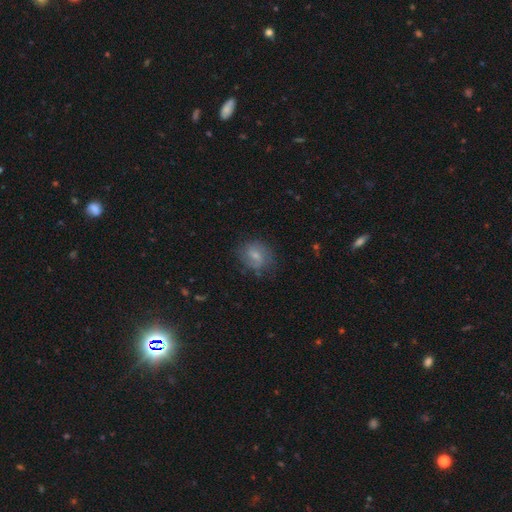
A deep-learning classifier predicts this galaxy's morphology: The model was most divided on "smooth or featured": smooth: 52%, featured or disk: 39%, star or artifact: 9%. More confident: merging — none (71%); how rounded — round (57%).